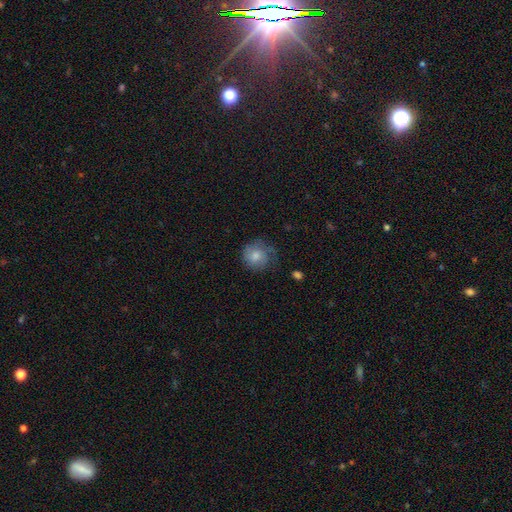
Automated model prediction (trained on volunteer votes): smooth_or_featured: smooth (p=0.75) [alt: featured or disk p=0.18]
how_rounded: round (p=0.87) [alt: in between p=0.12]
merging: none (p=0.60) [alt: minor disturbance p=0.27]